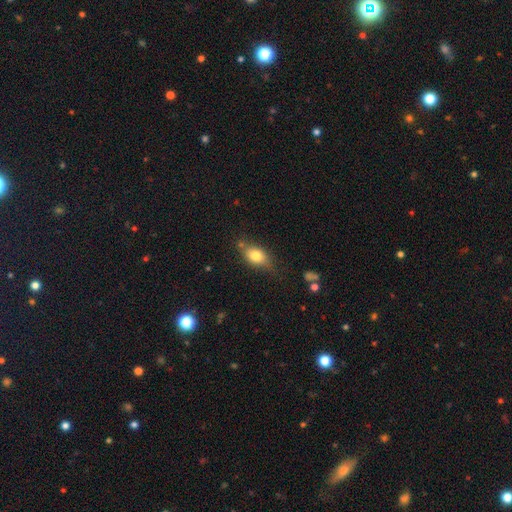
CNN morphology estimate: smooth_or_featured: smooth (p=0.77) [alt: featured or disk p=0.15]
how_rounded: in between (p=0.80) [alt: round p=0.14]
merging: none (p=0.64) [alt: minor disturbance p=0.23]